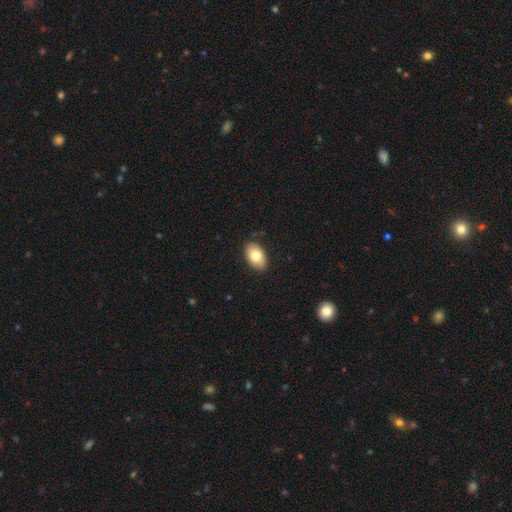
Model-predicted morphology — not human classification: This appears to be a smooth galaxy with no disk features (79%) that is in between round and cigar-shaped (92%). Merging: none (87%).